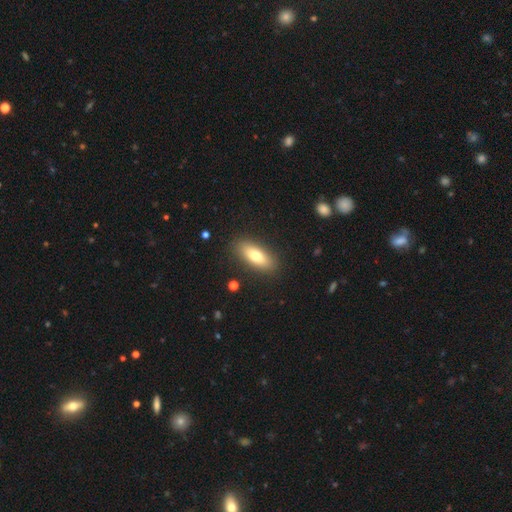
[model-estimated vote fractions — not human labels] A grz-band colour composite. It shows a smooth galaxy with no disk features (74%) that is in between round and cigar-shaped (73%). Merging: none (87%).